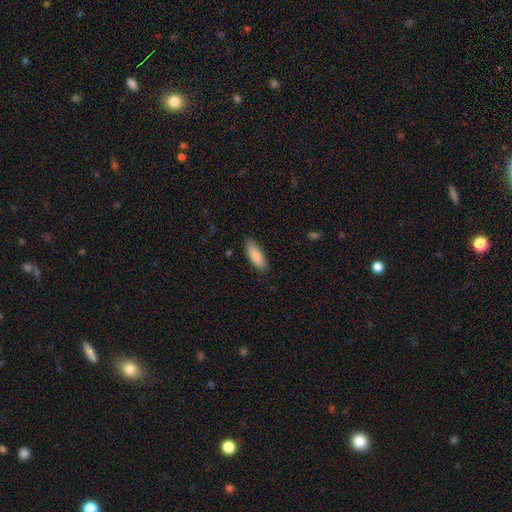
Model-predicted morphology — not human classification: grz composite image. It shows a smooth galaxy with no disk features (87%) that is in between round and cigar-shaped (70%). Merging: none (84%).